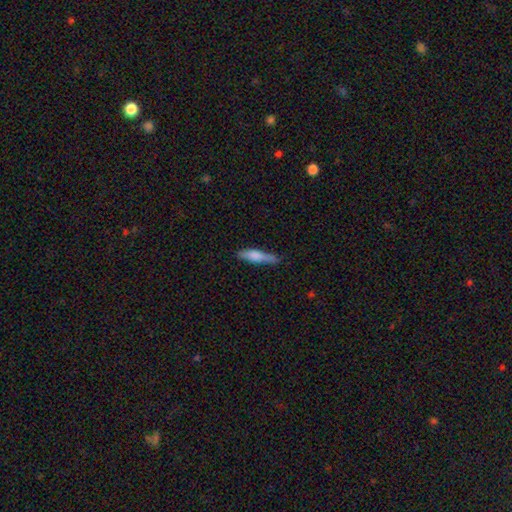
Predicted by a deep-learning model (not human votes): Smooth or featured: smooth — 68% (featured or disk — 26%)
How rounded: cigar-shaped — 78% (in between — 20%)
Merging: none — 69% (minor disturbance — 24%)